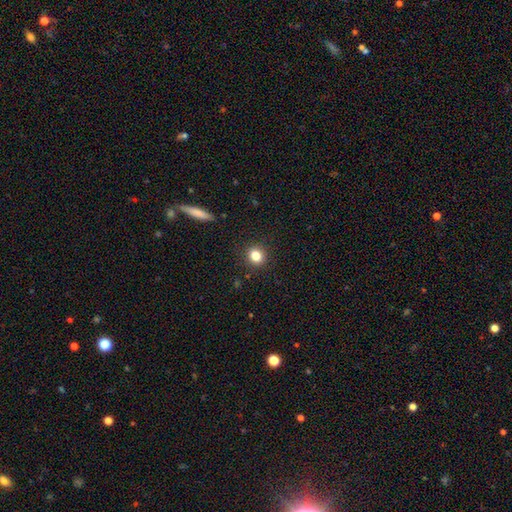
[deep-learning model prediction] Smooth or featured? smooth (82%)
How rounded? round (80%)
Merging? none (90%)